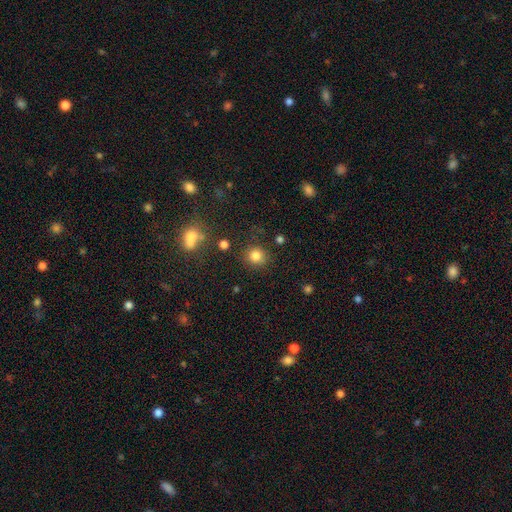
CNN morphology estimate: This appears to be a smooth galaxy with no disk features (82%) that is round (87%). Merging: none (84%).